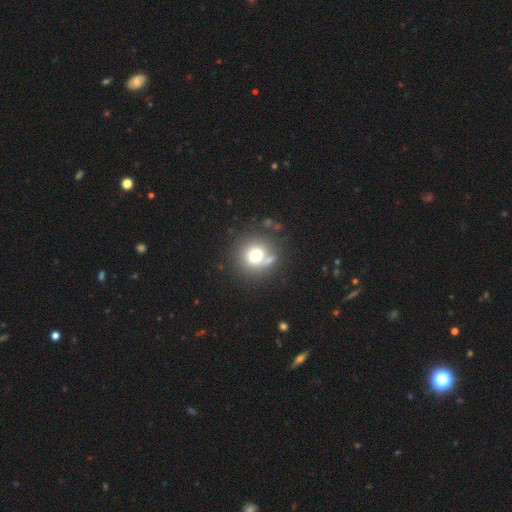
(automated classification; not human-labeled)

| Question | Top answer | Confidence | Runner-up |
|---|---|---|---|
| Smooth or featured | smooth | 71% | featured or disk (16%) |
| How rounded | round | 90% | in between (9%) |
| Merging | none | 67% | minor disturbance (13%) |